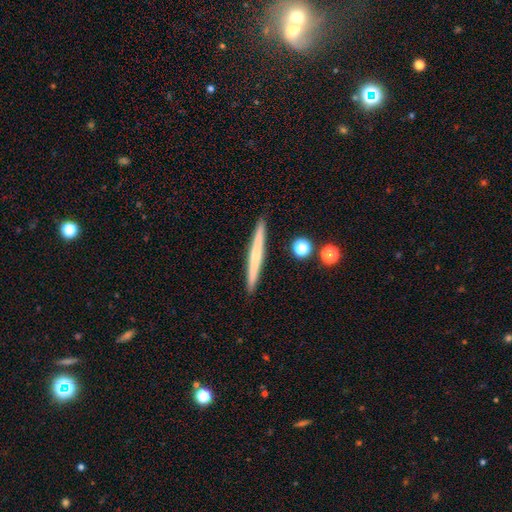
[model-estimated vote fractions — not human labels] This is possibly a smooth galaxy (51%). How rounded: clearly cigar-shaped (97%). Merging: clearly none (92%).